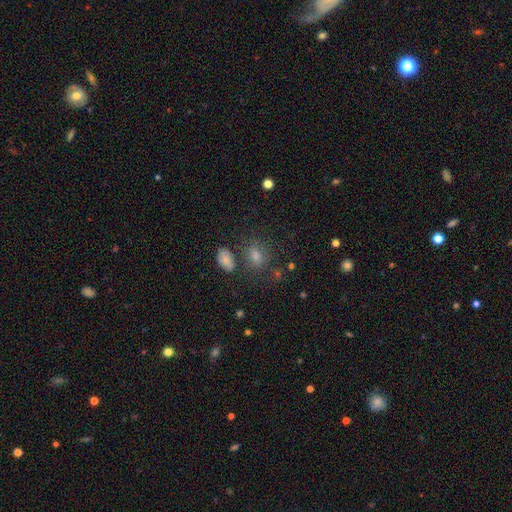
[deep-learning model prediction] This appears to be a smooth galaxy with no disk features (64%) that is in between round and cigar-shaped (55%). Merging: none (67%).